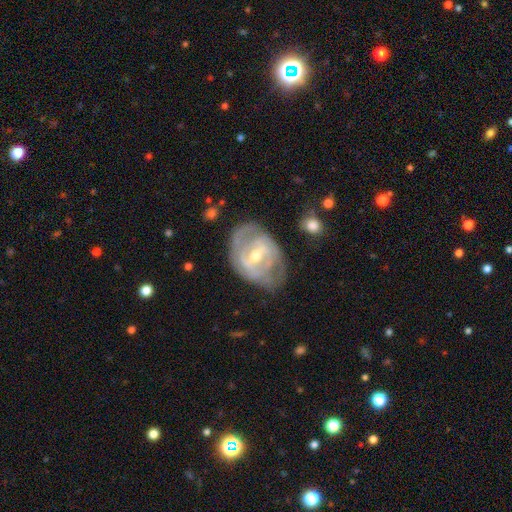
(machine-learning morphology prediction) Q: Smooth or featured?
A: featured or disk (84%); runner-up: smooth (12%)
Q: Edge-on disk?
A: no (96%); runner-up: yes (4%)
Q: Bar?
A: weak (49%); runner-up: strong (31%)
Q: Spiral arms?
A: yes (87%); runner-up: no (13%)
Q: Spiral winding?
A: tight (55%); runner-up: medium (34%)
Q: Spiral arm count?
A: 2 (48%); runner-up: can't tell (30%)
Q: Bulge size?
A: moderate (55%); runner-up: small (41%)
Q: Merging?
A: none (63%); runner-up: minor disturbance (24%)